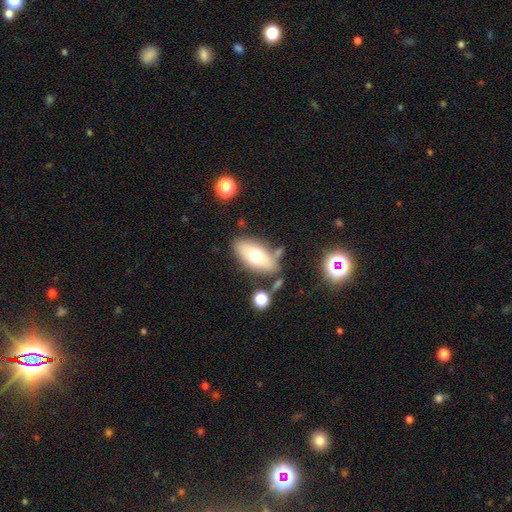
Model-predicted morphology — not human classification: type=smooth (65%); roundness=in between (87%); merging=none (71%).